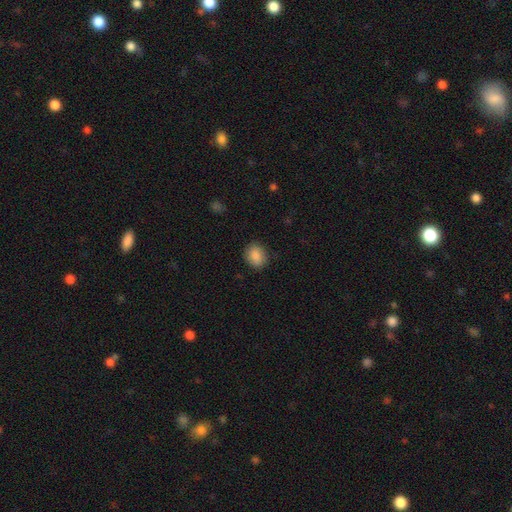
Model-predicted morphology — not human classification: Smooth or featured? smooth (88%)
How rounded? in between (51%)
Merging? none (82%)